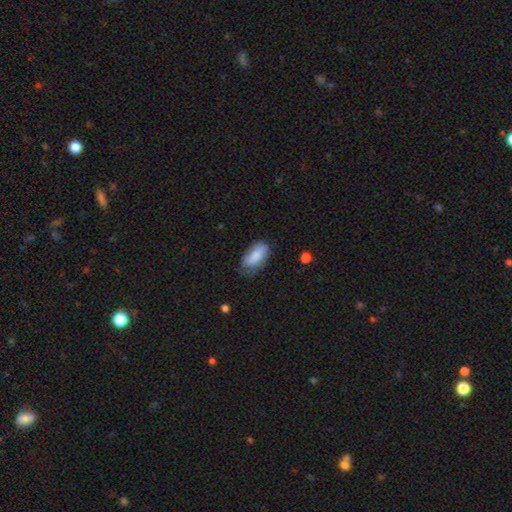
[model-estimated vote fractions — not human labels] Overall: smooth (83%). How rounded: in between (90%). Merging: none (57%; minor disturbance 33%).